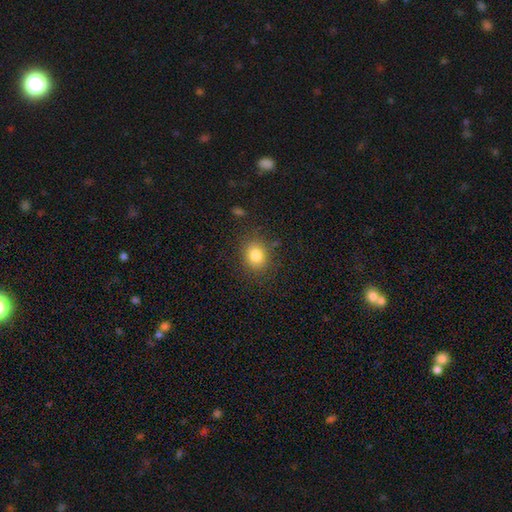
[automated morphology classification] Q: Smooth or featured?
A: smooth (83%); runner-up: star or artifact (11%)
Q: How rounded?
A: round (62%); runner-up: in between (37%)
Q: Merging?
A: none (83%); runner-up: minor disturbance (11%)